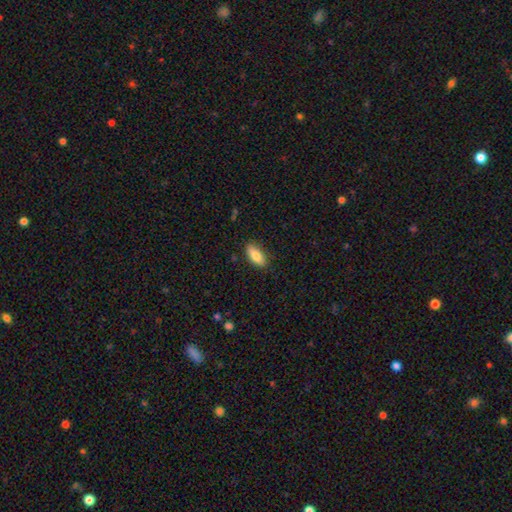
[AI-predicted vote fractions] The model was most divided on "how rounded": in between: 84%, cigar-shaped: 14%, round: 2%. More confident: merging — none (84%); smooth or featured — smooth (83%).